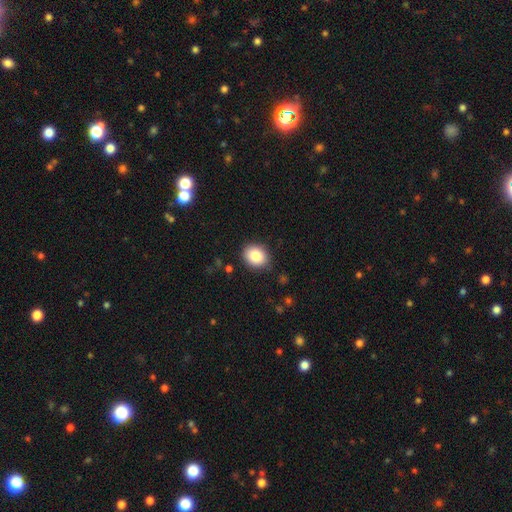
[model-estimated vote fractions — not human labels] The model was most divided on "how rounded": round: 57%, in between: 42%, cigar-shaped: 1%. More confident: merging — none (86%); smooth or featured — smooth (84%).